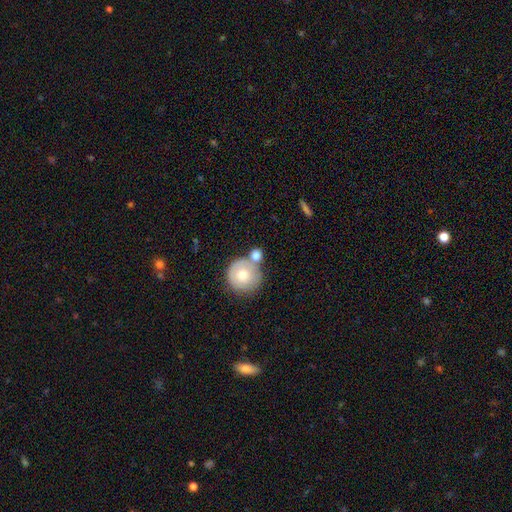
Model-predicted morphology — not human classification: smooth_or_featured: smooth (p=0.73) [alt: featured or disk p=0.20]
how_rounded: round (p=0.88) [alt: in between p=0.11]
merging: none (p=0.50) [alt: merger p=0.34]